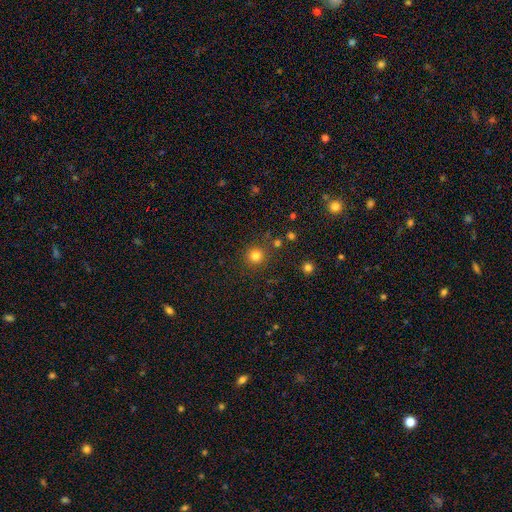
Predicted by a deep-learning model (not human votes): Q: Smooth or featured?
A: smooth (81%); runner-up: star or artifact (14%)
Q: How rounded?
A: round (94%); runner-up: in between (5%)
Q: Merging?
A: none (86%); runner-up: minor disturbance (7%)